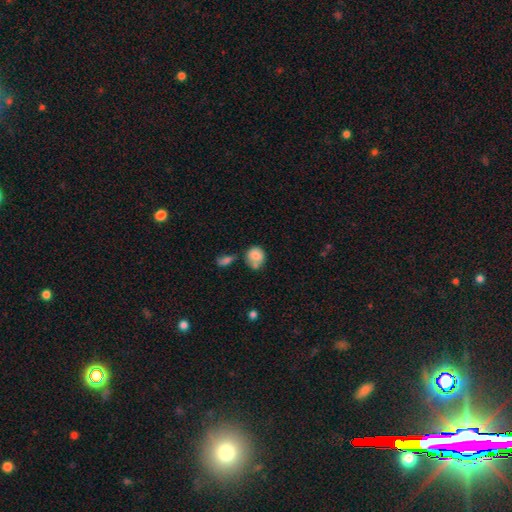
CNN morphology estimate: This is likely a smooth galaxy (79%). How rounded: likely round (73%). Merging: marginally none (45%).